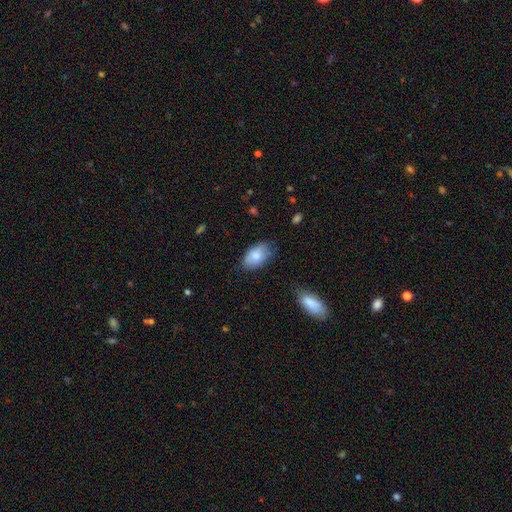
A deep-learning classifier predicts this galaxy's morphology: Smooth or featured?
  - smooth: 81% *
  - featured or disk: 12%
  - star or artifact: 7%
How rounded?
  - in between: 93% *
  - round: 6%
  - cigar-shaped: 2%
Merging?
  - none: 70% *
  - minor disturbance: 24%
  - major disturbance: 5%
  - merger: 2%